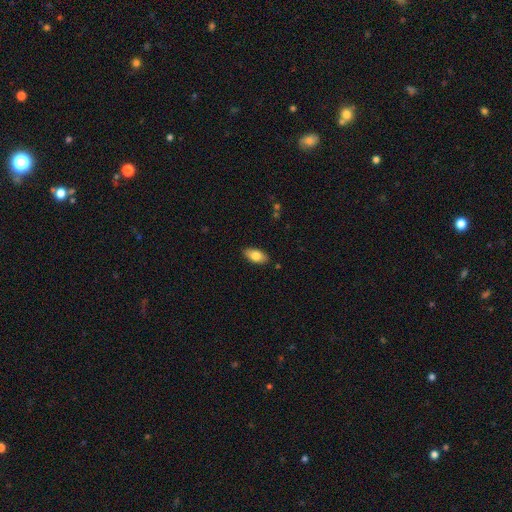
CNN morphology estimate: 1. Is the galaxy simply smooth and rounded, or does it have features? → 79% smooth, 14% featured or disk, 7% star or artifact.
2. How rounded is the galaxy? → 93% in between, 4% cigar-shaped, 4% round.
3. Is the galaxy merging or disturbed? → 87% none, 10% minor disturbance, 2% major disturbance, 1% merger.